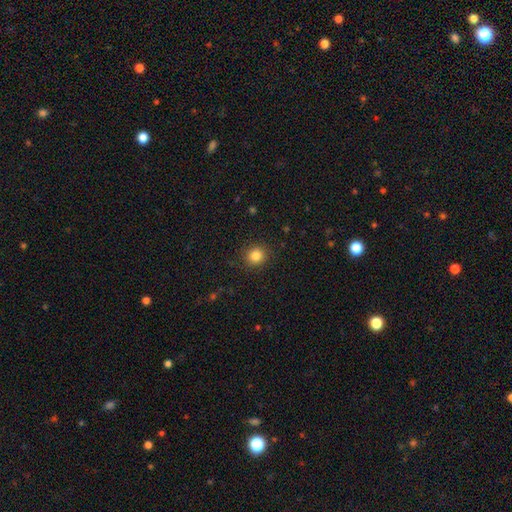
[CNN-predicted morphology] This is clearly a smooth galaxy (84%). How rounded: clearly round (88%). Merging: clearly none (90%).